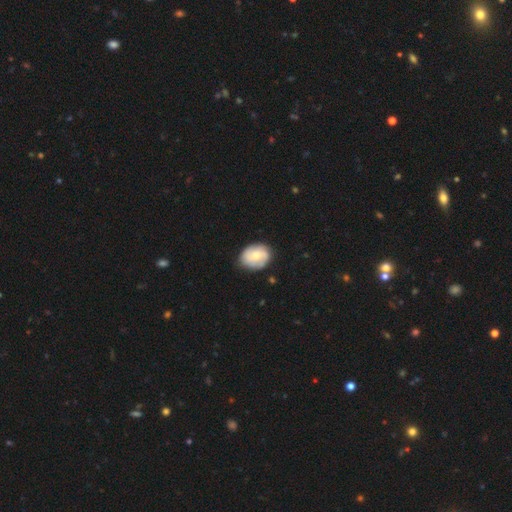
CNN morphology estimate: smooth 48%, featured or disk 45%, star or artifact 6%. Down the decision tree: merging — none (76%).